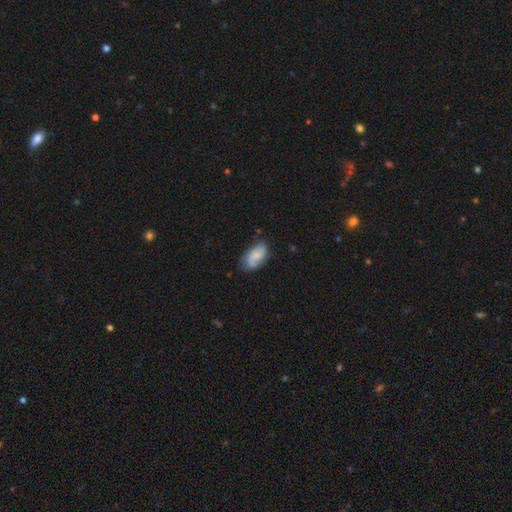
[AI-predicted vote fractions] The model was most divided on "smooth or featured": featured or disk: 49%, smooth: 44%, star or artifact: 7%. More confident: merging — none (65%).